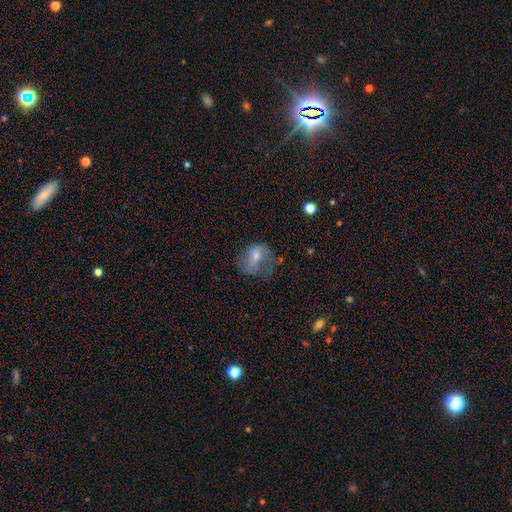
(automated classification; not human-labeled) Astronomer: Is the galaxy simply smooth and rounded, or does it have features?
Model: smooth — 46% (runner-up: featured or disk, 42%).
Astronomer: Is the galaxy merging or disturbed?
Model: none — 43% (runner-up: major disturbance, 28%).